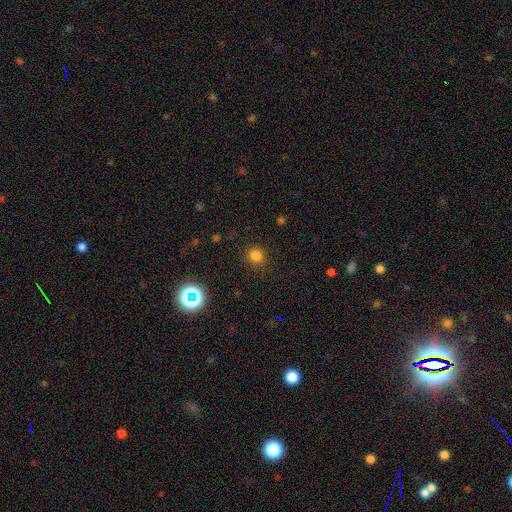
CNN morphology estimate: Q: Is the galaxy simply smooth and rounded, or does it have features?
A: smooth — 80%.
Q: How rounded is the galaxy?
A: round — 92%.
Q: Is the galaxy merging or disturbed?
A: none — 90%.